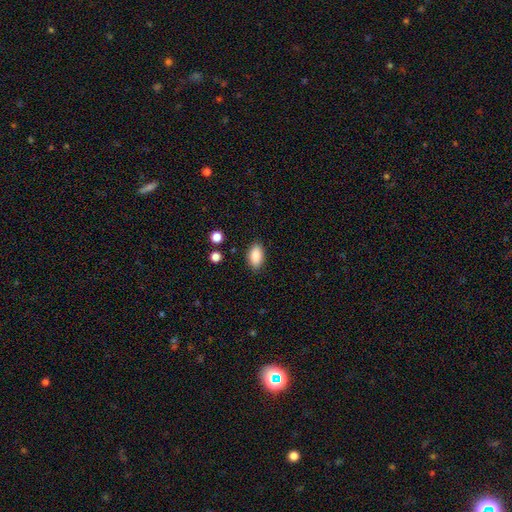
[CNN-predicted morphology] smooth 88%, star or artifact 7%, featured or disk 4%. Down the decision tree: how rounded — in between (92%); merging — none (86%).